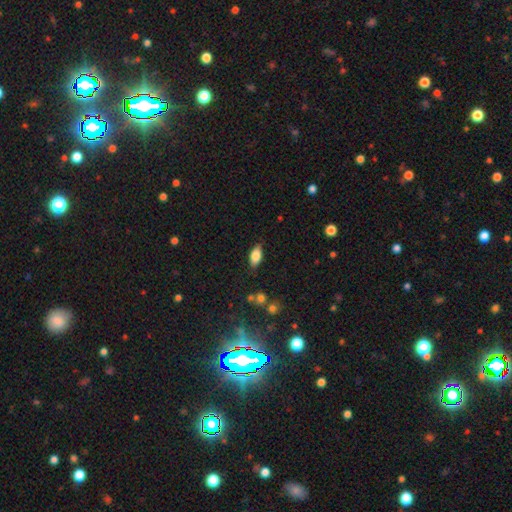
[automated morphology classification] This appears to be a smooth galaxy with no disk features (78%) that is in between round and cigar-shaped (87%). Merging: none (81%).